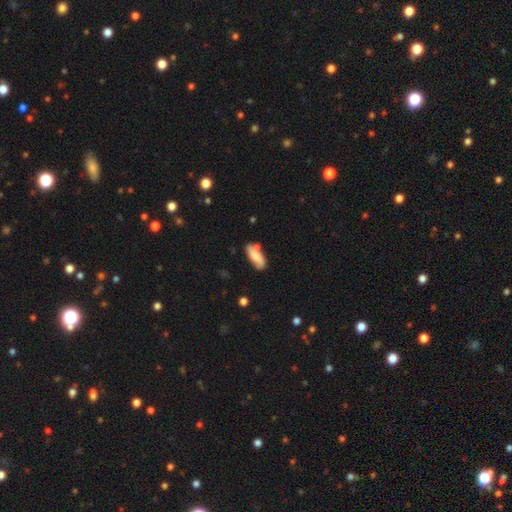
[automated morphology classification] Overall: smooth (67%; featured or disk 27%). How rounded: in between (74%). Merging: none (69%).